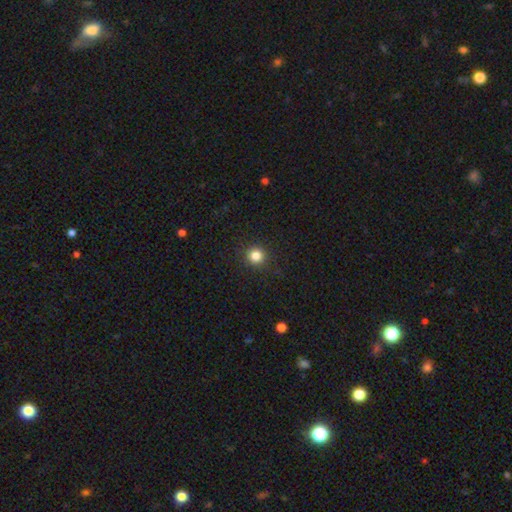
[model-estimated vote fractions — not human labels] Morphology: type=smooth (83%); roundness=round (94%); merging=none (92%).